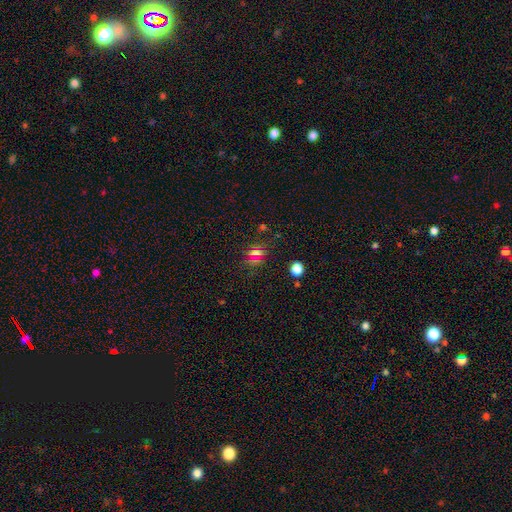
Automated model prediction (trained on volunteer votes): A smooth galaxy with no disk features (47%).

Vote fractions:
- Smooth or featured? smooth: 47% / star or artifact: 40% / featured or disk: 13%
- Merging? none: 79% / minor disturbance: 11% / major disturbance: 6% / merger: 3%